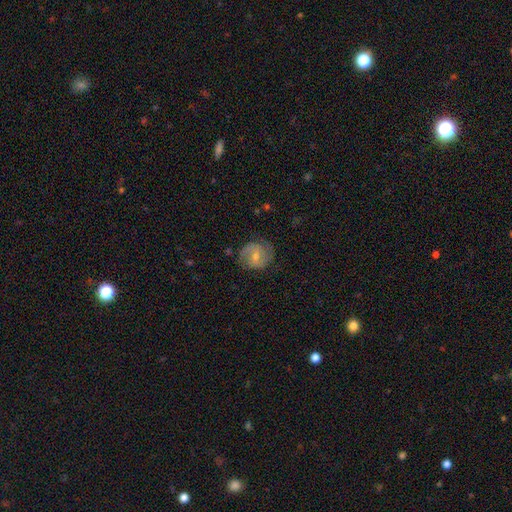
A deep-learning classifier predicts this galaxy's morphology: Smooth or featured? Predicted: featured or disk (p=0.56). Edge-on disk? Predicted: no (p=0.97). Bar? Predicted: weak (p=0.47). Spiral arms? Predicted: yes (p=0.84). Bulge size? Predicted: moderate (p=0.50). Merging? Predicted: none (p=0.71).